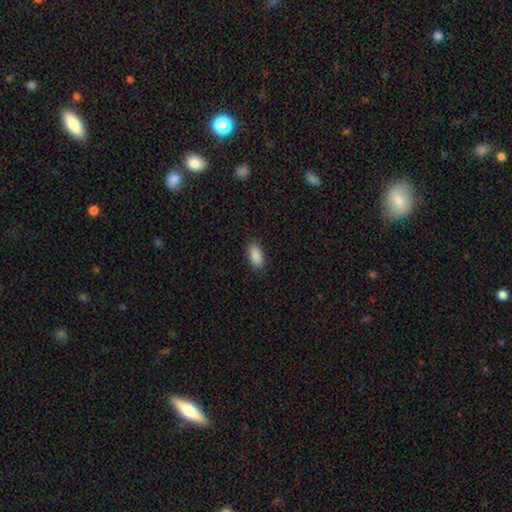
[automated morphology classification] smooth_or_featured: smooth (p=0.90) [alt: star or artifact p=0.07]
how_rounded: in between (p=0.93) [alt: cigar-shaped p=0.04]
merging: none (p=0.88) [alt: minor disturbance p=0.09]